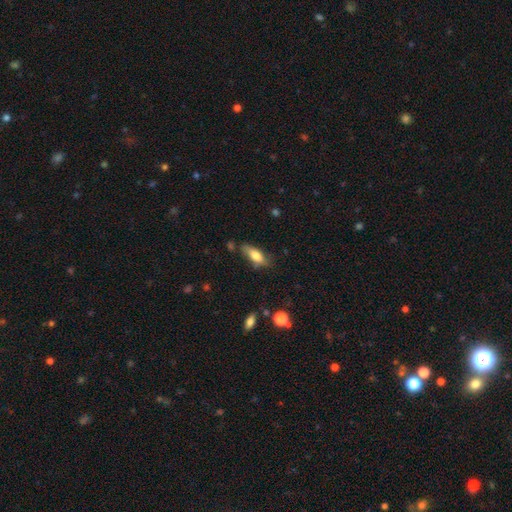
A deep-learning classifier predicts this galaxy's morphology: This appears to be a smooth galaxy with no disk features (74%) that is in between round and cigar-shaped (70%). Merging: none (64%).